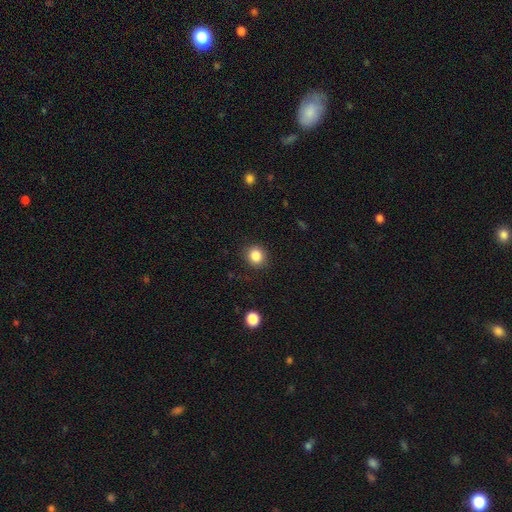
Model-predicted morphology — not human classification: The model was most divided on "how rounded": round: 82%, in between: 17%, cigar-shaped: 1%. More confident: merging — none (88%); smooth or featured — smooth (85%).